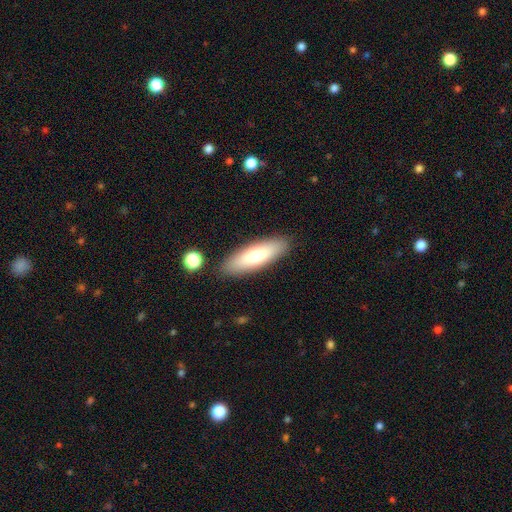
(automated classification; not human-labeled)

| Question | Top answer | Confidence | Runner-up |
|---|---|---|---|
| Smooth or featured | smooth | 70% | featured or disk (24%) |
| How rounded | cigar-shaped | 49% | tied: in between (49%) |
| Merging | none | 87% | minor disturbance (8%) |